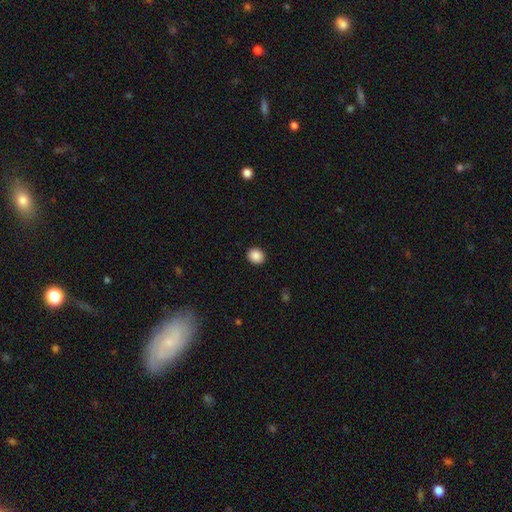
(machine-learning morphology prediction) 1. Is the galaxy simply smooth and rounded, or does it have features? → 89% smooth, 9% star or artifact, 3% featured or disk.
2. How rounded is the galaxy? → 68% round, 31% in between, 1% cigar-shaped.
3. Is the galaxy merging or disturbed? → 92% none, 6% minor disturbance, 2% major disturbance, 1% merger.